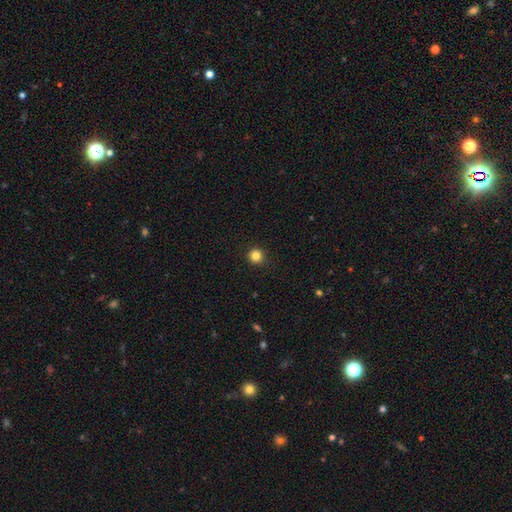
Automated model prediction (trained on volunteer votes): This is clearly a smooth galaxy (84%). How rounded: clearly round (95%). Merging: clearly none (93%).